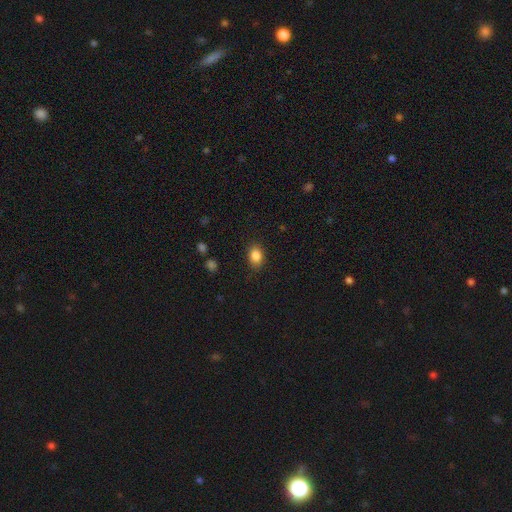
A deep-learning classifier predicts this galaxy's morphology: Smooth or featured? smooth (86%)
How rounded? in between (72%)
Merging? none (85%)